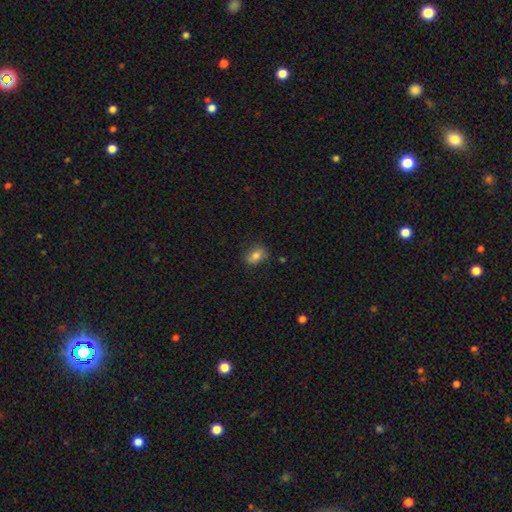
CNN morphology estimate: The model was most divided on "merging": none: 78%, minor disturbance: 17%, major disturbance: 4%, merger: 2%. More confident: how rounded — in between (81%); smooth or featured — smooth (78%).